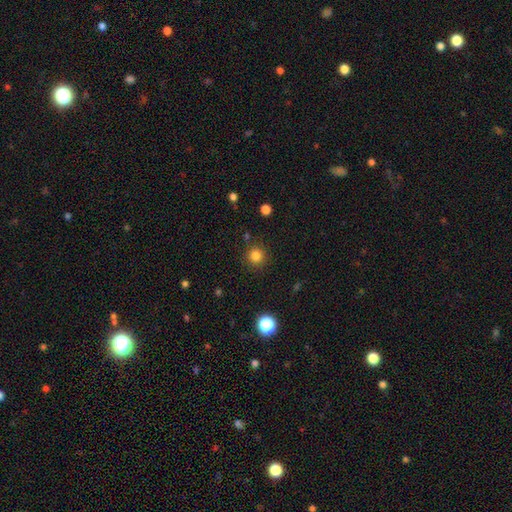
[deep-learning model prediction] smooth-or-featured: smooth: 82% | star or artifact: 13% | featured or disk: 5%
  how-rounded: round: 94% | in between: 5% | cigar-shaped: 1%
  merging: none: 88% | minor disturbance: 7% | major disturbance: 3% | merger: 3%